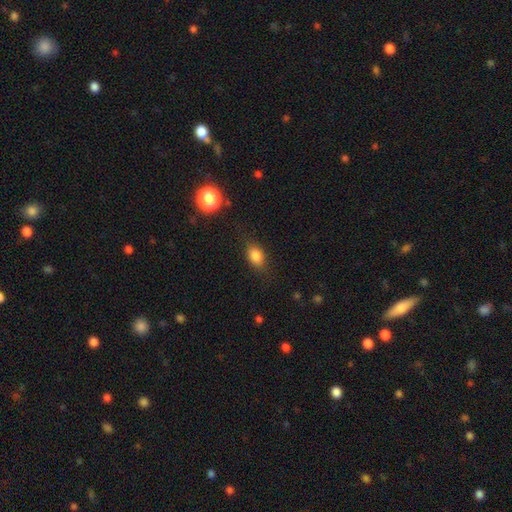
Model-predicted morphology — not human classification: Smooth or featured: smooth — 81% (star or artifact — 10%)
How rounded: in between — 78% (round — 19%)
Merging: none — 78% (minor disturbance — 15%)